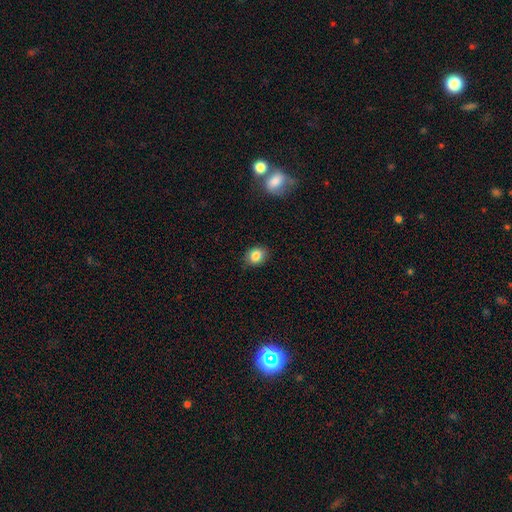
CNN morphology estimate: smooth 85%, star or artifact 9%, featured or disk 6%. Down the decision tree: how rounded — in between (50%); merging — none (86%).